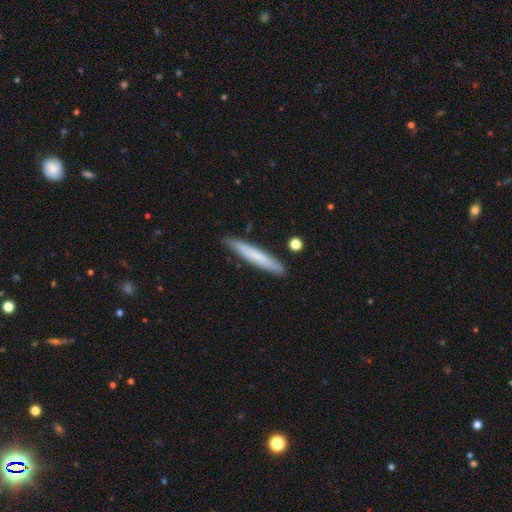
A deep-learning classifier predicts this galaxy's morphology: Smooth or featured? smooth (67%)
How rounded? cigar-shaped (95%)
Merging? none (86%)